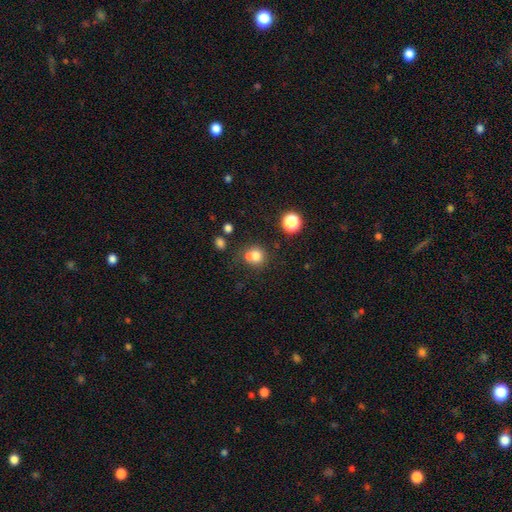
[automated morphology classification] Smooth or featured? Predicted: smooth (p=0.74). How rounded? Predicted: round (p=0.83). Merging? Predicted: none (p=0.44).